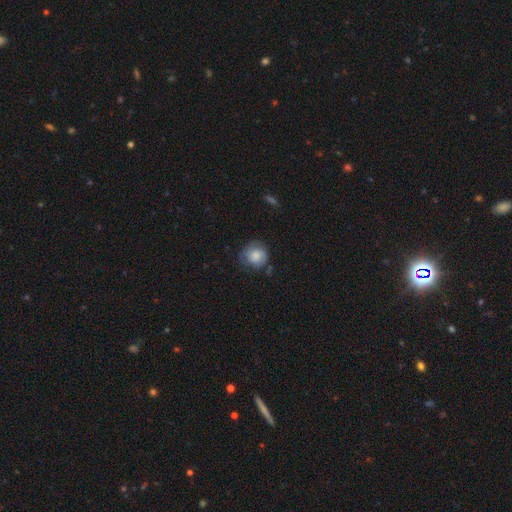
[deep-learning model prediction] The model was most divided on "merging": none: 58%, minor disturbance: 28%, major disturbance: 11%, merger: 2%. More confident: how rounded — round (85%); smooth or featured — smooth (72%).